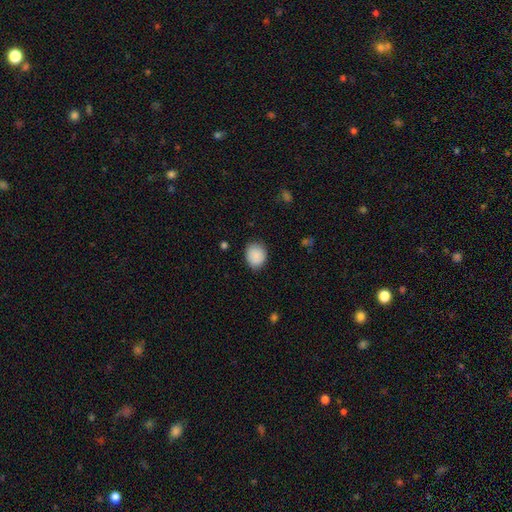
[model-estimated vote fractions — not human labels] Smooth or featured? Predicted: smooth (p=0.89). How rounded? Predicted: round (p=0.62). Merging? Predicted: none (p=0.82).